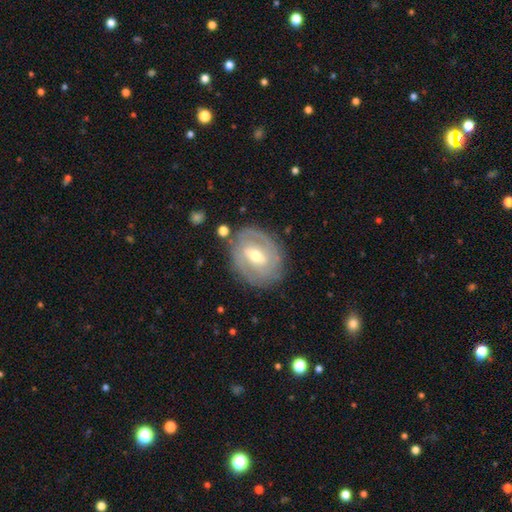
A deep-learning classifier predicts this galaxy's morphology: type=featured or disk (80%); edge-on=no (95%); bar=weak (50%); spiral arms=yes (84%); winding=tight (64%); arm count=2 (49%); bulge=moderate (65%); merging=none (78%).